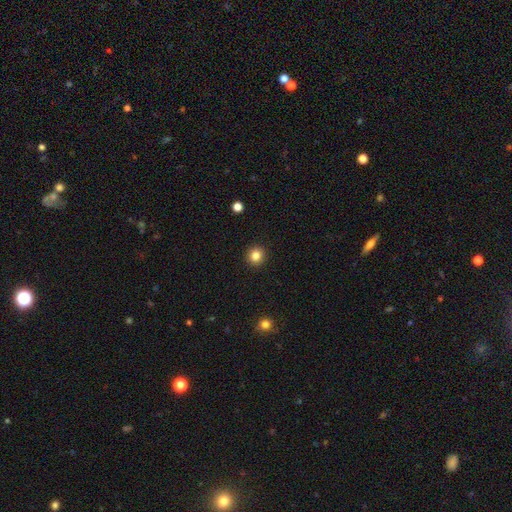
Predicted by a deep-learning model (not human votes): This appears to be a smooth galaxy with no disk features (84%) that is round (93%). Merging: none (93%).